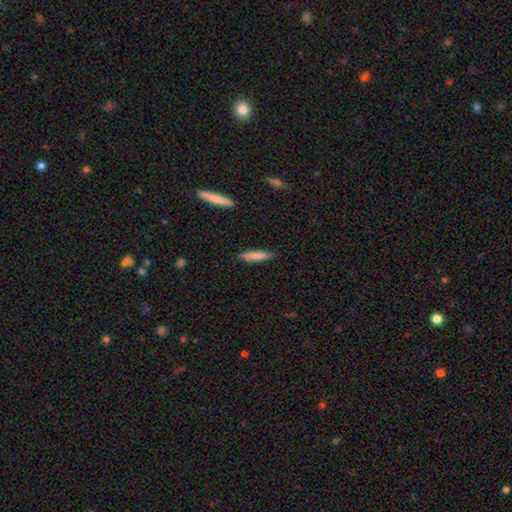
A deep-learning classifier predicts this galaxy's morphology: This appears to be a smooth galaxy with no disk features (80%) that is cigar-shaped (84%). Merging: none (85%).